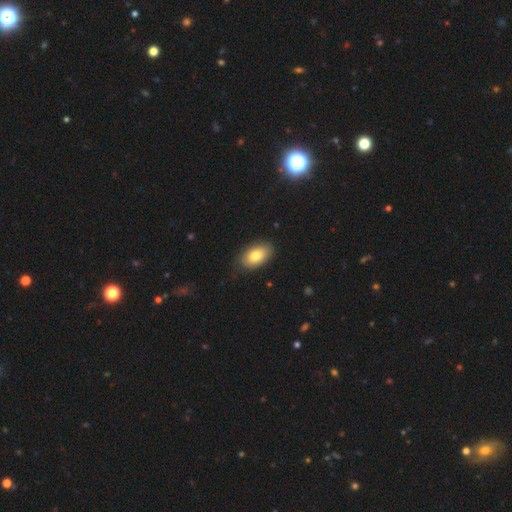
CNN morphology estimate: Smooth or featured: smooth — 80% (featured or disk — 13%)
How rounded: in between — 92% (round — 6%)
Merging: none — 81% (minor disturbance — 15%)